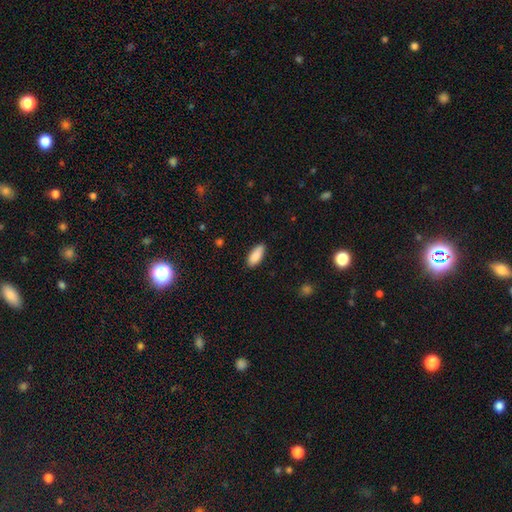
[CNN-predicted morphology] This appears to be a smooth galaxy with no disk features (88%) that is in between round and cigar-shaped (81%). Merging: none (85%).